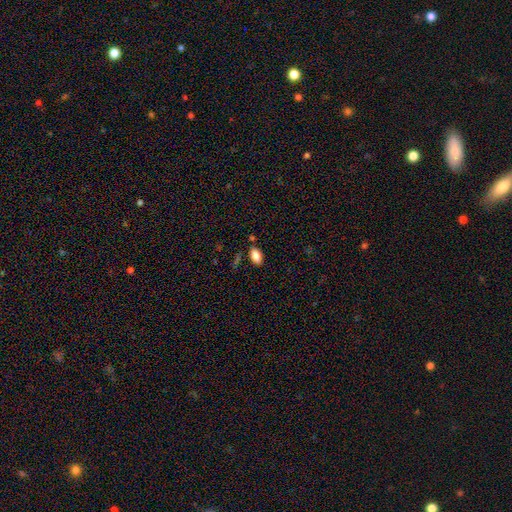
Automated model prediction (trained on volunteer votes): Smooth or featured?
  - smooth: 85% *
  - star or artifact: 9%
  - featured or disk: 6%
How rounded?
  - in between: 91% *
  - round: 4%
  - cigar-shaped: 4%
Merging?
  - none: 79% *
  - minor disturbance: 12%
  - merger: 5%
  - major disturbance: 3%